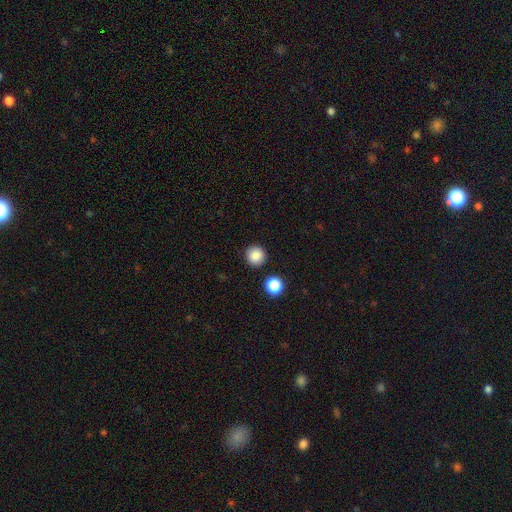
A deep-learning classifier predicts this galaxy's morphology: A smooth galaxy with no disk features (86%) that is round (94%). Merging: none (90%).